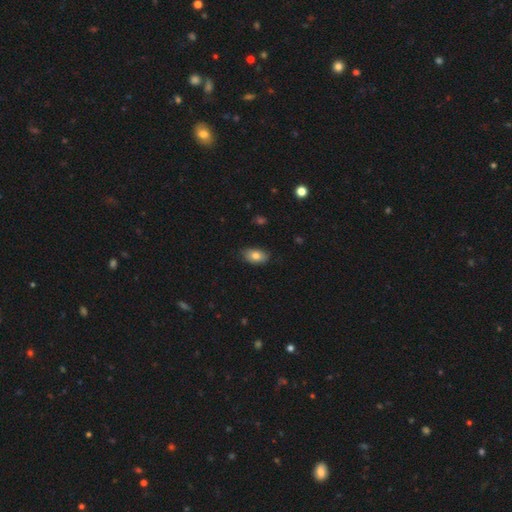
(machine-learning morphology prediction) Smooth or featured? Predicted: smooth (p=0.80). How rounded? Predicted: in between (p=0.91). Merging? Predicted: none (p=0.82).